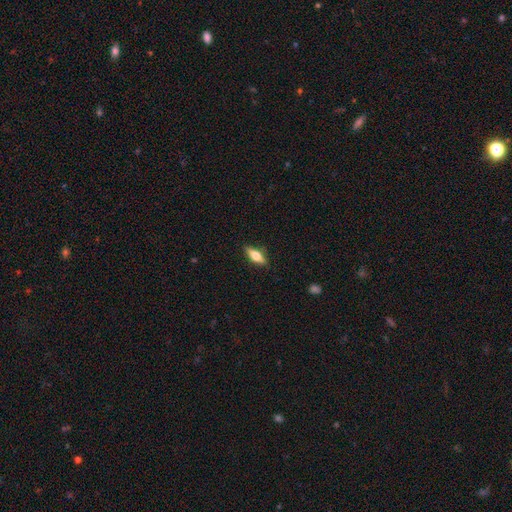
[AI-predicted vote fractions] This is possibly a smooth galaxy (55%). How rounded: likely in between (60%). Merging: clearly none (86%).